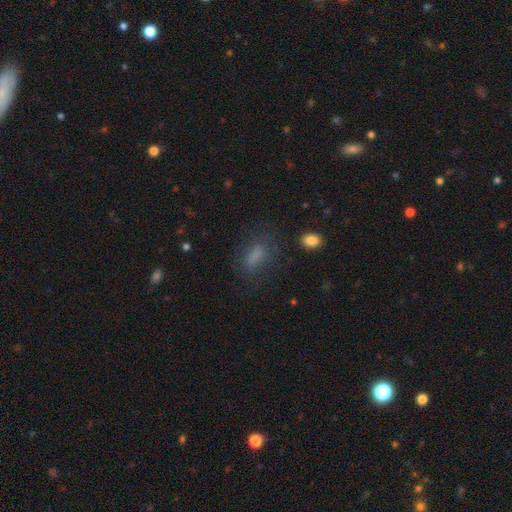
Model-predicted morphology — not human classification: The model was most divided on "merging": none: 66%, minor disturbance: 18%, major disturbance: 13%, merger: 3%. More confident: how rounded — in between (75%); smooth or featured — smooth (71%).